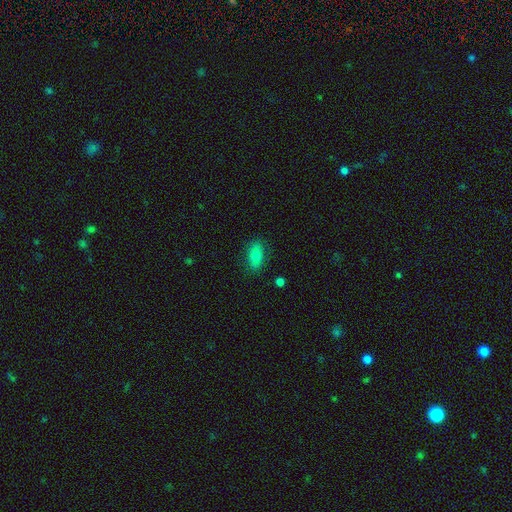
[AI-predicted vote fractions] Smooth or featured? smooth (77%)
How rounded? in between (85%)
Merging? none (84%)